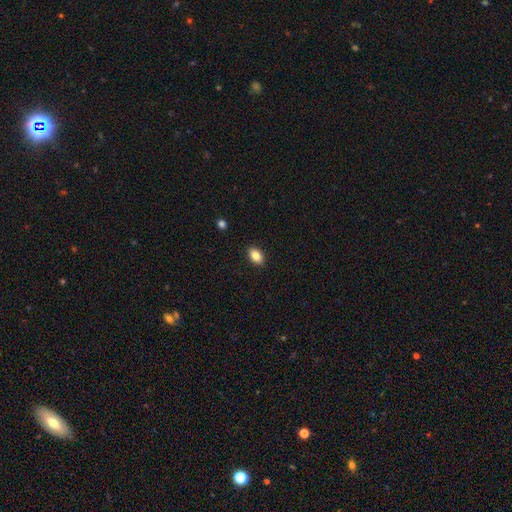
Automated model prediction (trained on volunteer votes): A smooth galaxy with no disk features (87%) that is in between round and cigar-shaped (88%). Merging: none (89%).